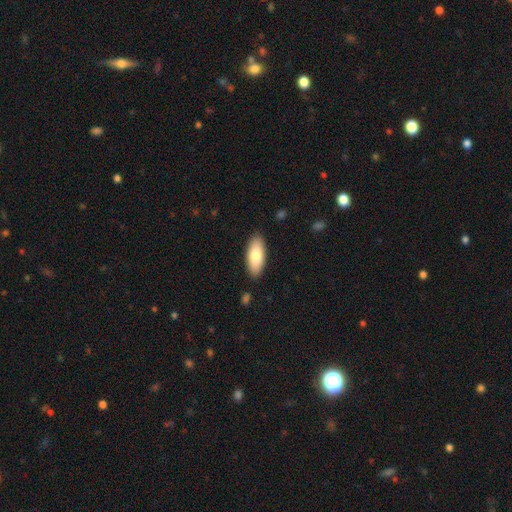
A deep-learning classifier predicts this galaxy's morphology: Q: Smooth or featured?
A: smooth (79%); runner-up: featured or disk (16%)
Q: How rounded?
A: in between (84%); runner-up: cigar-shaped (14%)
Q: Merging?
A: none (88%); runner-up: minor disturbance (9%)